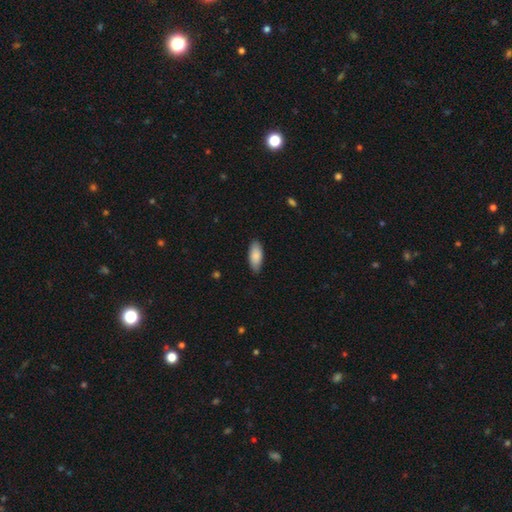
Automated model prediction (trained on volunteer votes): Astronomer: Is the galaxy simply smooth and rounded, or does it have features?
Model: smooth — 87%.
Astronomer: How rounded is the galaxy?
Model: in between — 86%.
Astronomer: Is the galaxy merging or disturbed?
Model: none — 86%.